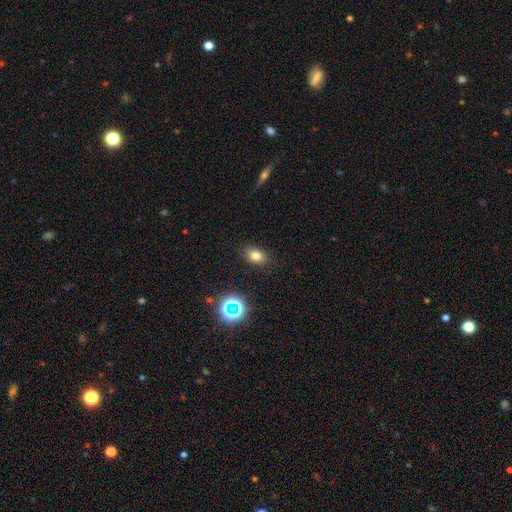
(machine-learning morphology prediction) smooth-or-featured: smooth: 75% | star or artifact: 16% | featured or disk: 9%
  how-rounded: in between: 76% | round: 22% | cigar-shaped: 2%
  merging: none: 85% | minor disturbance: 11% | major disturbance: 3% | merger: 1%